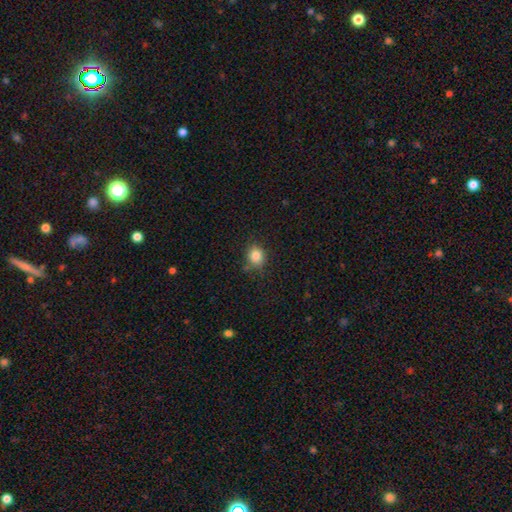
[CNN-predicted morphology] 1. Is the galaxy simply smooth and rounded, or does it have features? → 83% smooth, 11% star or artifact, 6% featured or disk.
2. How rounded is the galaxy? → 67% round, 32% in between, 1% cigar-shaped.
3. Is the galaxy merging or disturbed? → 76% none, 17% minor disturbance, 4% major disturbance, 3% merger.